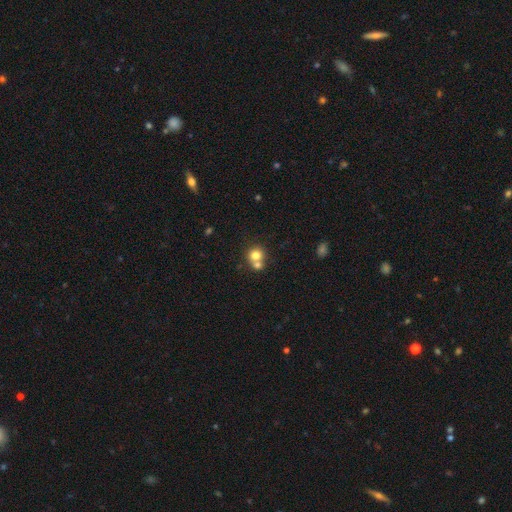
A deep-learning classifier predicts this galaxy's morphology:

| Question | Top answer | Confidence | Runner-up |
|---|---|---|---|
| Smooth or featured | smooth | 77% | featured or disk (13%) |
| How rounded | round | 84% | in between (15%) |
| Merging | merger | 50% | none (41%) |